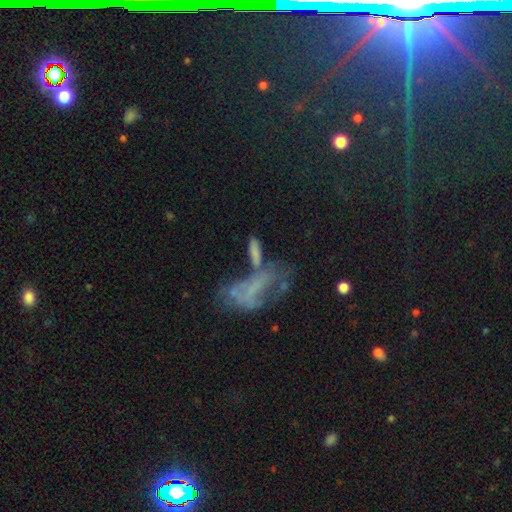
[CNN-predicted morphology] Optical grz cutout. It shows a smooth galaxy with no disk features (43%). Merging: merger (38%).